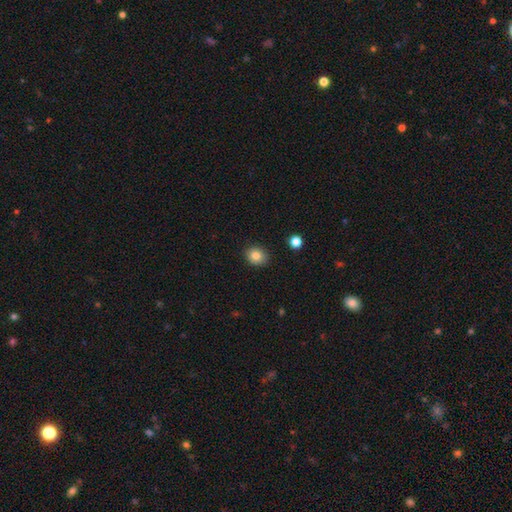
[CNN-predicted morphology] Smooth or featured?
  - smooth: 82% *
  - star or artifact: 10%
  - featured or disk: 7%
How rounded?
  - round: 71% *
  - in between: 28%
  - cigar-shaped: 1%
Merging?
  - none: 89% *
  - minor disturbance: 8%
  - major disturbance: 2%
  - merger: 1%